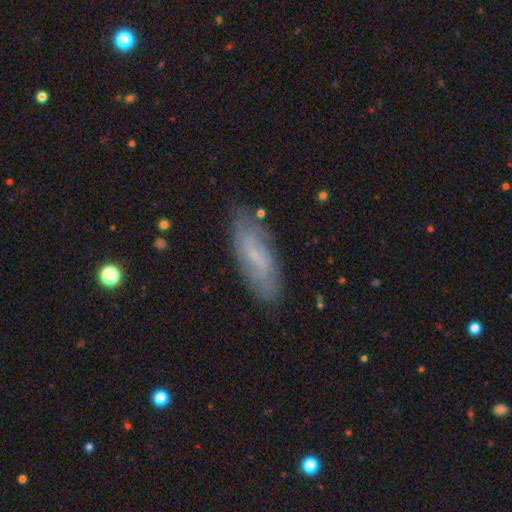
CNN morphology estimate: Smooth or featured?
  - featured or disk: 54% *
  - smooth: 38%
  - star or artifact: 8%
Edge-on disk?
  - no: 79% *
  - yes: 21%
Merging?
  - none: 79% *
  - minor disturbance: 15%
  - major disturbance: 4%
  - merger: 2%